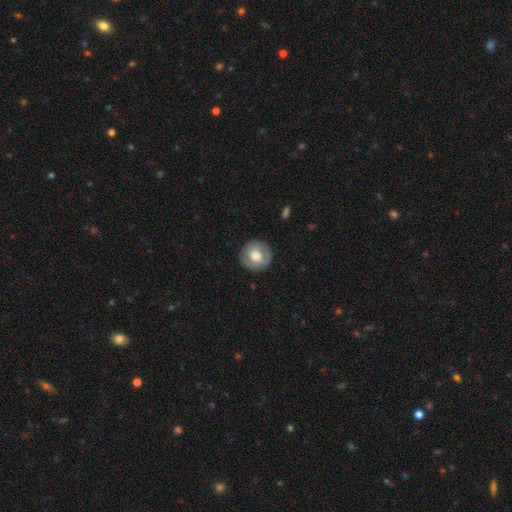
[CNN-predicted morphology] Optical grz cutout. It shows a smooth galaxy with no disk features (62%) that is round (93%). Merging: none (87%).